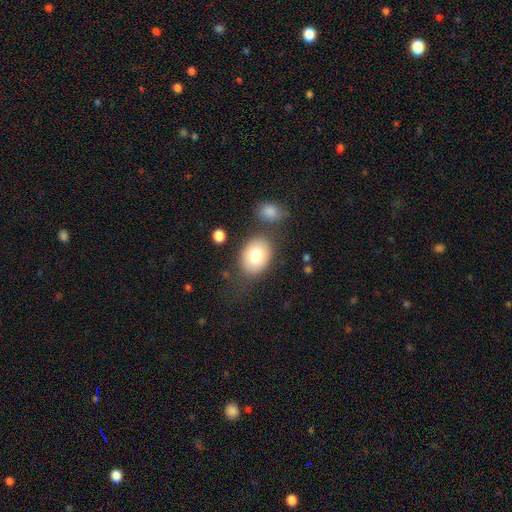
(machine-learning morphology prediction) smooth 78%, featured or disk 14%, star or artifact 7%. Down the decision tree: how rounded — in between (72%); merging — none (73%).